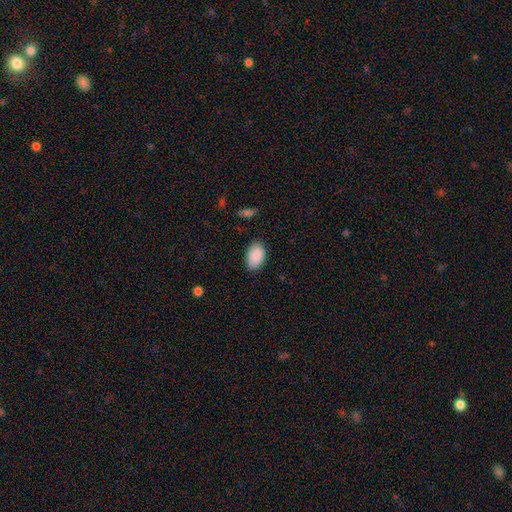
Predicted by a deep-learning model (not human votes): Smooth or featured? Predicted: smooth (p=0.90). How rounded? Predicted: in between (p=0.90). Merging? Predicted: none (p=0.85).